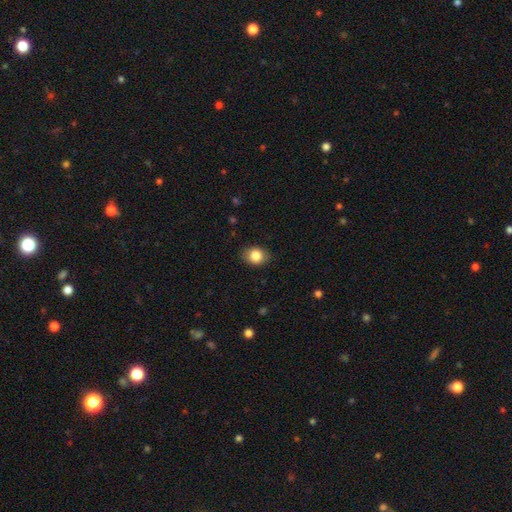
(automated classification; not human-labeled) smooth 85%, star or artifact 8%, featured or disk 7%. Down the decision tree: how rounded — in between (51%); merging — none (85%).